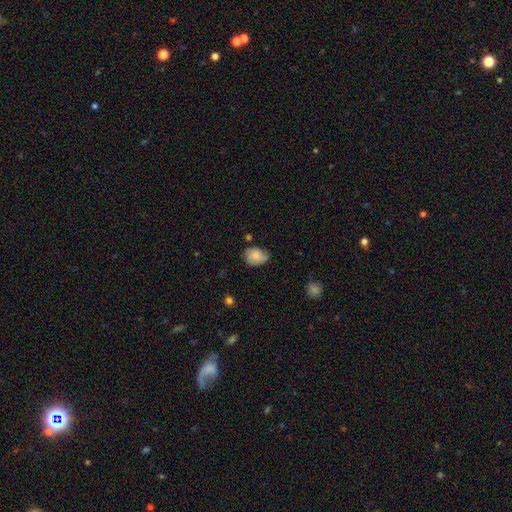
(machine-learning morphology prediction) smooth_or_featured: smooth (p=0.73) [alt: featured or disk p=0.19]
how_rounded: in between (p=0.57) [alt: round p=0.42]
merging: none (p=0.48) [alt: minor disturbance p=0.39]